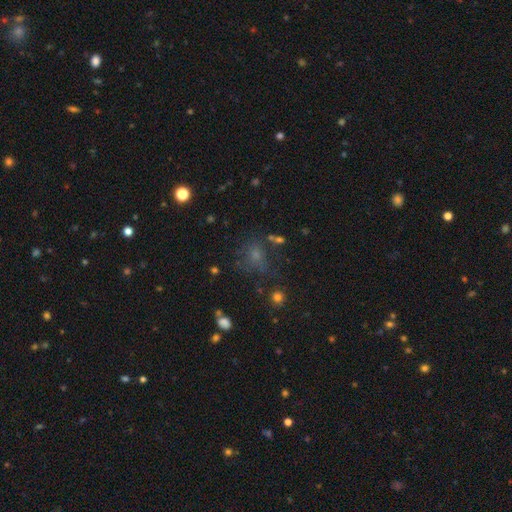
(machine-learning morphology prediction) Smooth or featured: smooth — 55% (star or artifact — 26%)
How rounded: round — 59% (in between — 39%)
Merging: none — 56% (minor disturbance — 20%)